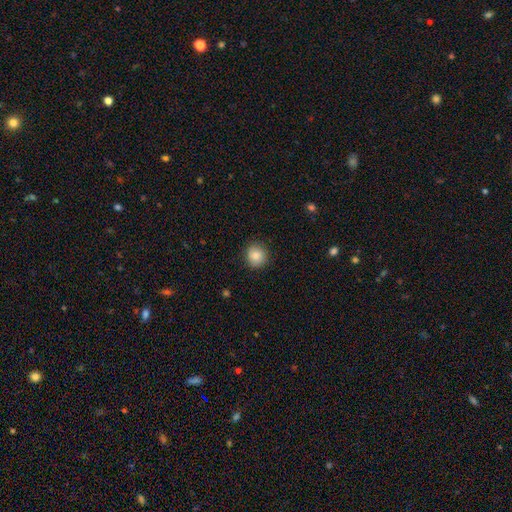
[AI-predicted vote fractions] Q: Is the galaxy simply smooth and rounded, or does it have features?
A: smooth — 85%.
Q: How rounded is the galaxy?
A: round — 90%.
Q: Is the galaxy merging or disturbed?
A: none — 88%.